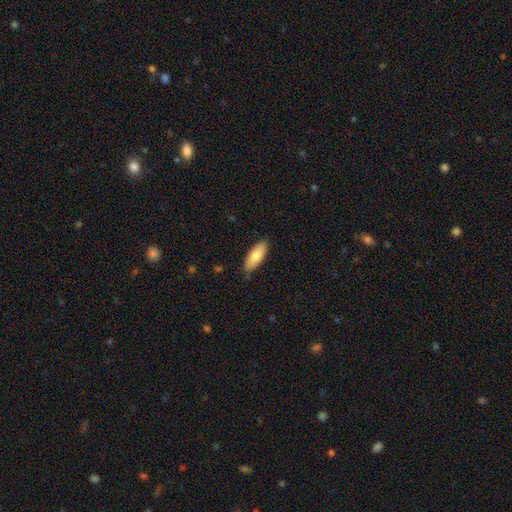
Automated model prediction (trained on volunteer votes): Smooth or featured? smooth (79%)
How rounded? in between (73%)
Merging? none (86%)